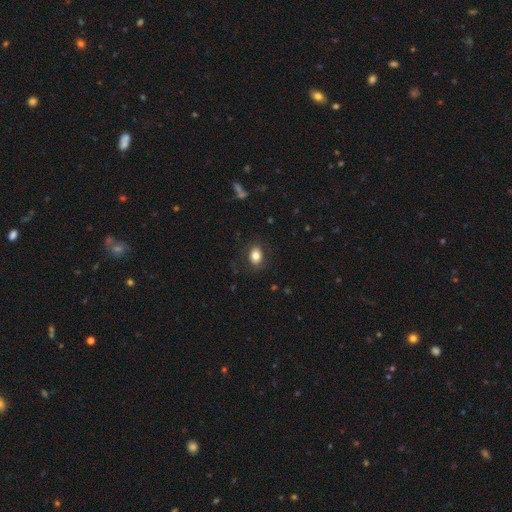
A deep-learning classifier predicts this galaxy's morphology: This appears to be a smooth galaxy with no disk features (81%) that is in between round and cigar-shaped (71%). Merging: none (84%).